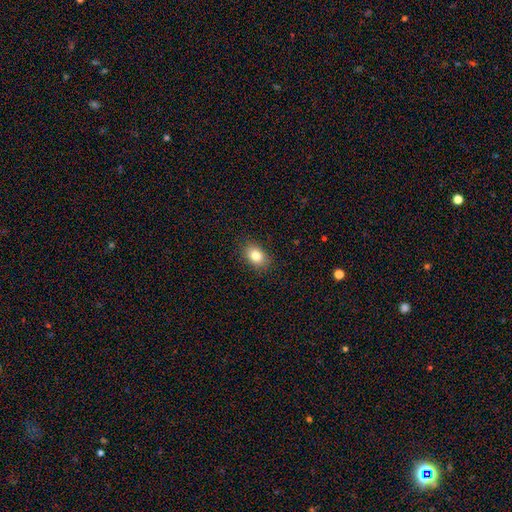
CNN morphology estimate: Smooth or featured? smooth (82%)
How rounded? in between (72%)
Merging? none (87%)